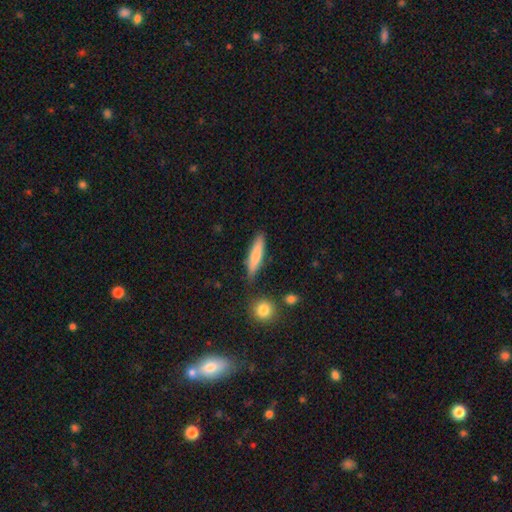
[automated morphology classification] smooth_or_featured: smooth (p=0.77) [alt: featured or disk p=0.17]
how_rounded: cigar-shaped (p=0.83) [alt: in between p=0.15]
merging: none (p=0.80) [alt: minor disturbance p=0.13]